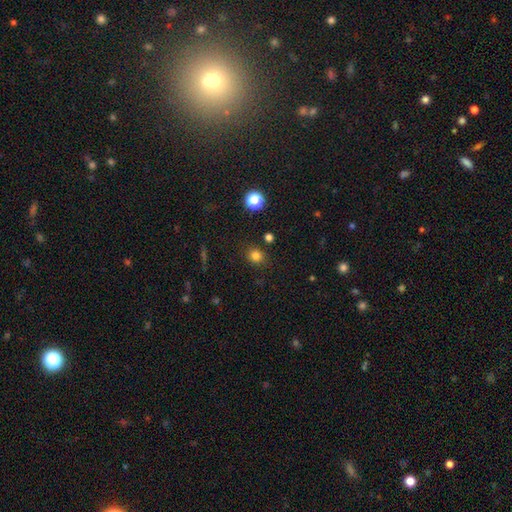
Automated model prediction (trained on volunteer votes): smooth 80%, star or artifact 15%, featured or disk 5%. Down the decision tree: how rounded — round (79%); merging — none (85%).